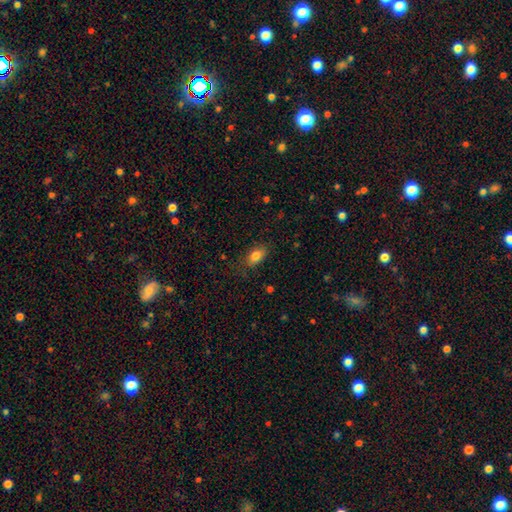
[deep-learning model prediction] smooth-or-featured: smooth: 82% | featured or disk: 10% | star or artifact: 8%
  how-rounded: in between: 89% | round: 7% | cigar-shaped: 4%
  merging: none: 78% | minor disturbance: 17% | major disturbance: 5% | merger: 1%